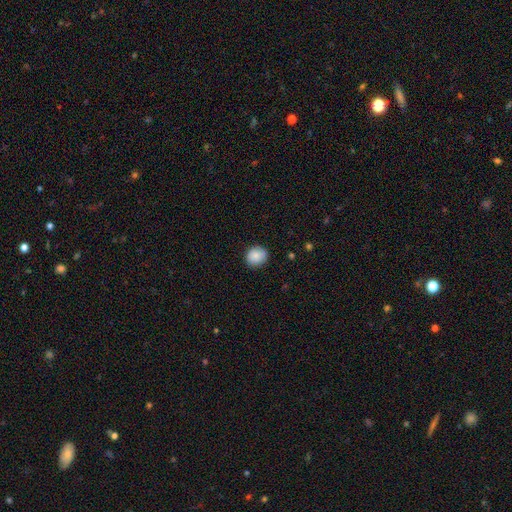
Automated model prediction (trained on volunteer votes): Smooth or featured? smooth (87%)
How rounded? round (78%)
Merging? none (85%)